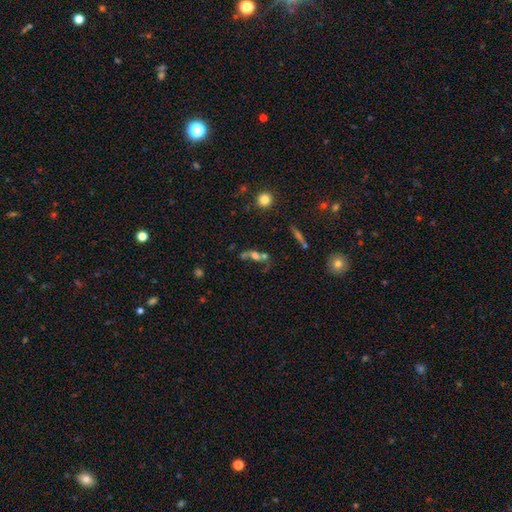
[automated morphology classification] A smooth galaxy with no disk features (45%). Merging: merger (49%).